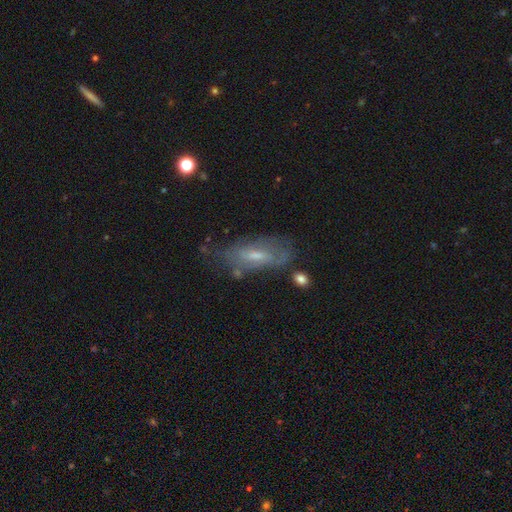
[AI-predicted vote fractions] This is possibly a featured or disk galaxy (59%). It is clearly not viewed edge-on (82%). Merging: possibly none (60%).